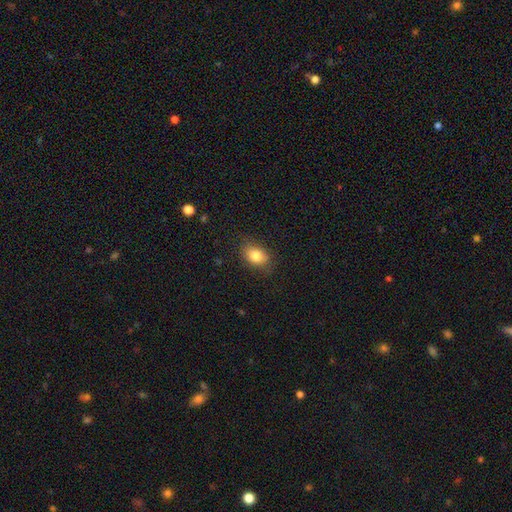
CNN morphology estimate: A smooth galaxy with no disk features (84%) that is in between round and cigar-shaped (76%). Merging: none (79%).